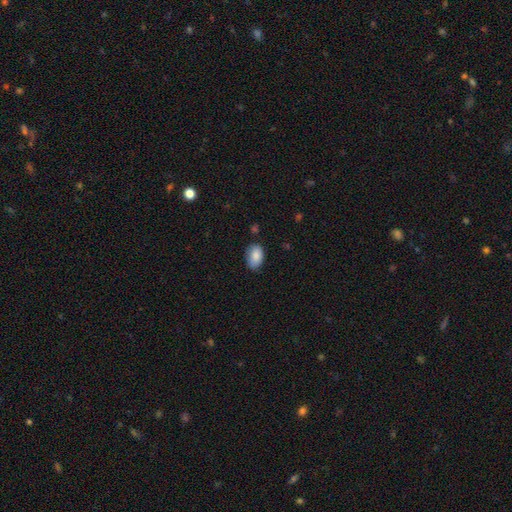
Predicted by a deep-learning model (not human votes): smooth-or-featured: smooth: 87% | star or artifact: 7% | featured or disk: 6%
  how-rounded: in between: 90% | round: 9% | cigar-shaped: 1%
  merging: none: 75% | minor disturbance: 20% | major disturbance: 3% | merger: 2%